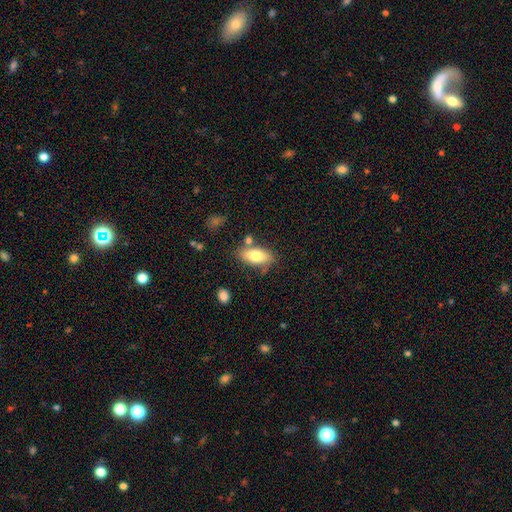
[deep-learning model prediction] Overall: smooth (74%). How rounded: in between (89%). Merging: none (72%).